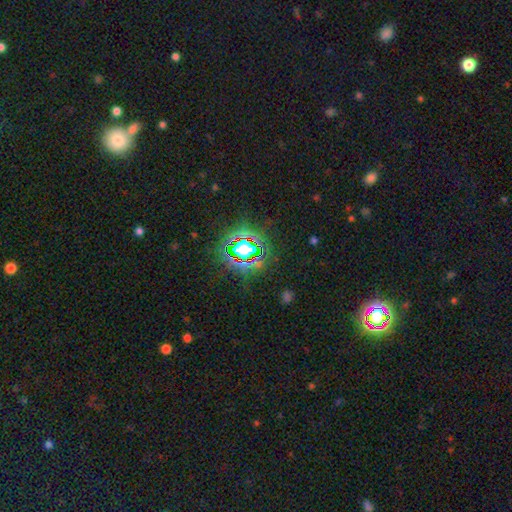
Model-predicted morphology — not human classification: This is clearly a star or artifact rather than a galaxy (80%).